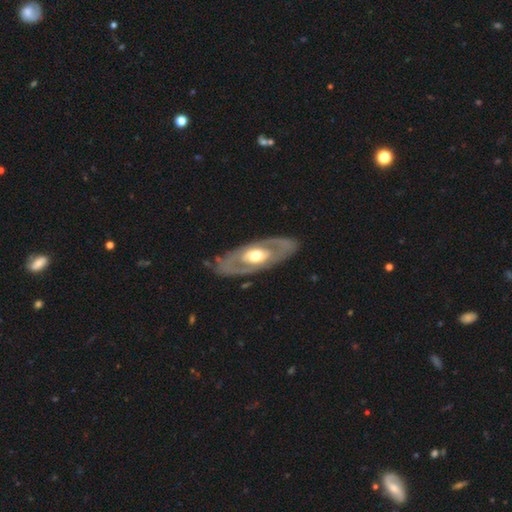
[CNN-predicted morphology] type=featured or disk (70%); edge-on=no (86%); bar=no (75%); spiral arms=no (71%); bulge=moderate (67%); merging=none (82%).